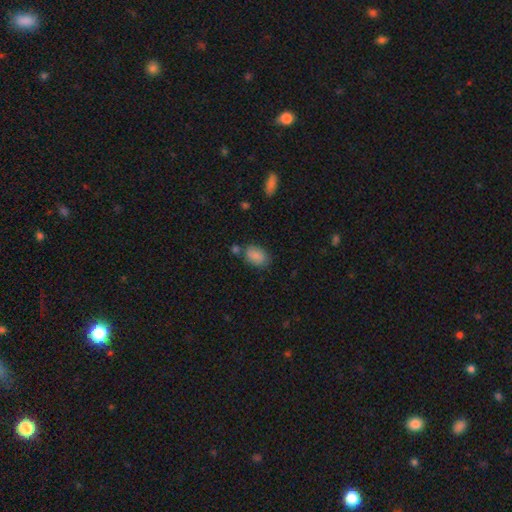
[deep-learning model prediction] This appears to be a smooth galaxy with no disk features (86%) that is in between round and cigar-shaped (88%). Merging: none (68%).